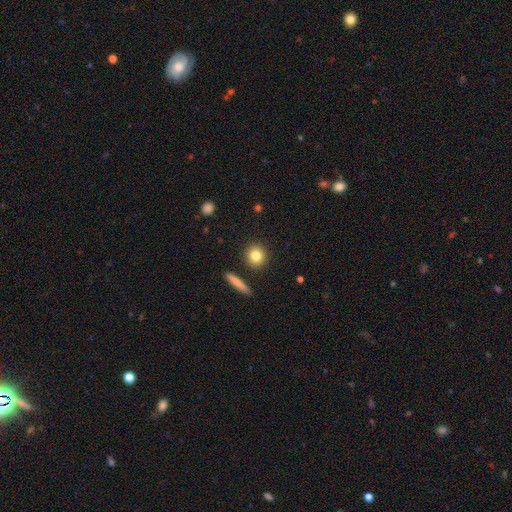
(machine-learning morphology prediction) Q: Smooth or featured?
A: smooth (82%); runner-up: star or artifact (9%)
Q: How rounded?
A: round (87%); runner-up: in between (10%)
Q: Merging?
A: none (90%); runner-up: minor disturbance (6%)